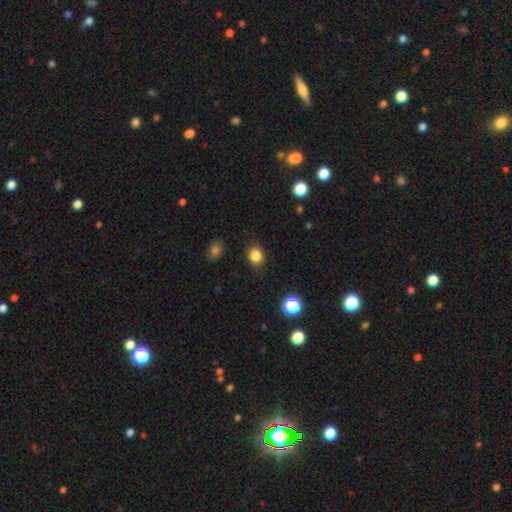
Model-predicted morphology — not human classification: Smooth or featured? Predicted: smooth (p=0.84). How rounded? Predicted: round (p=0.53). Merging? Predicted: none (p=0.85).